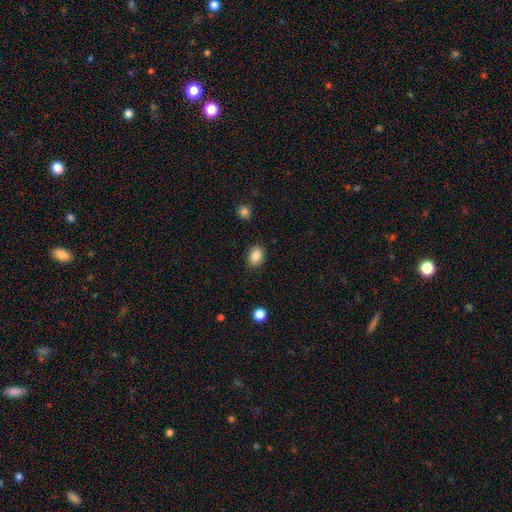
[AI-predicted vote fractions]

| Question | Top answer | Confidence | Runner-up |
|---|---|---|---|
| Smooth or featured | smooth | 86% | star or artifact (8%) |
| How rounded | in between | 72% | round (27%) |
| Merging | none | 87% | minor disturbance (9%) |